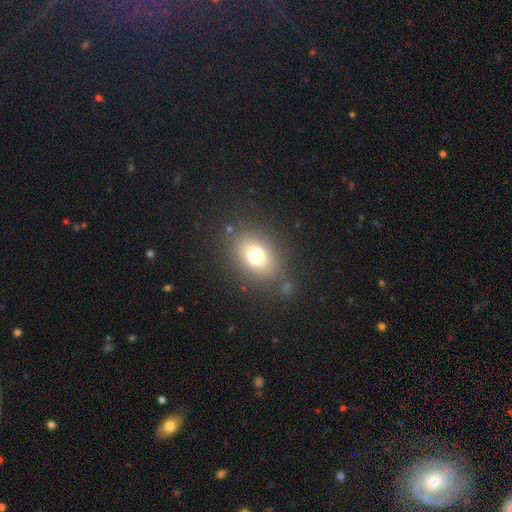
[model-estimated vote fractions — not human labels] A smooth galaxy with no disk features (72%) that is in between round and cigar-shaped (60%).

Vote fractions:
- Smooth or featured? smooth: 72% / star or artifact: 14% / featured or disk: 14%
- How rounded? in between: 60% / round: 39% / cigar-shaped: 1%
- Merging? none: 80% / minor disturbance: 11% / major disturbance: 6% / merger: 3%